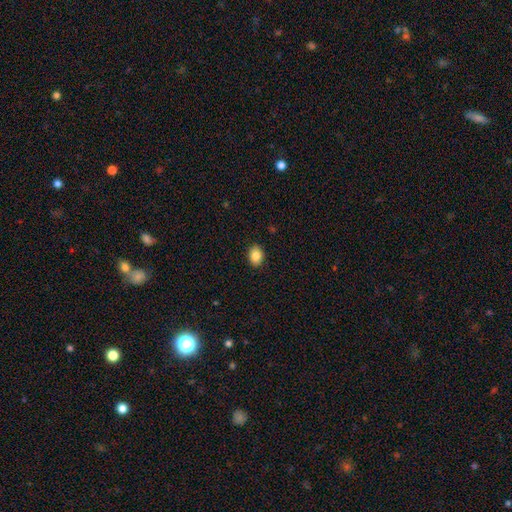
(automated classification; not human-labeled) smooth 85%, star or artifact 8%, featured or disk 7%. Down the decision tree: how rounded — in between (68%); merging — none (89%).